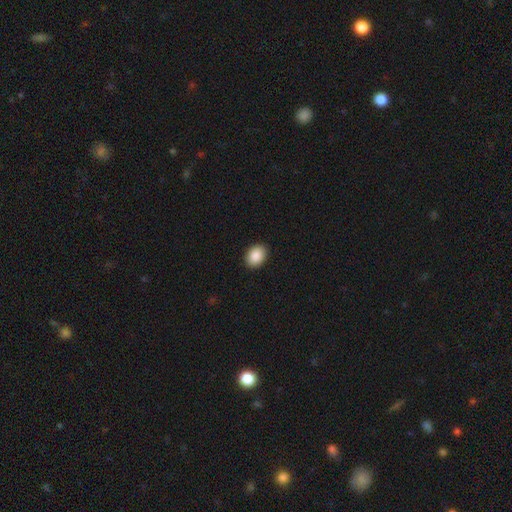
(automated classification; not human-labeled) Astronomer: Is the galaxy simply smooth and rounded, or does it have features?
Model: smooth — 89%.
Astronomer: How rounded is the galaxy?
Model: in between — 65%.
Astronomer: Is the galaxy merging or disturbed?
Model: none — 91%.